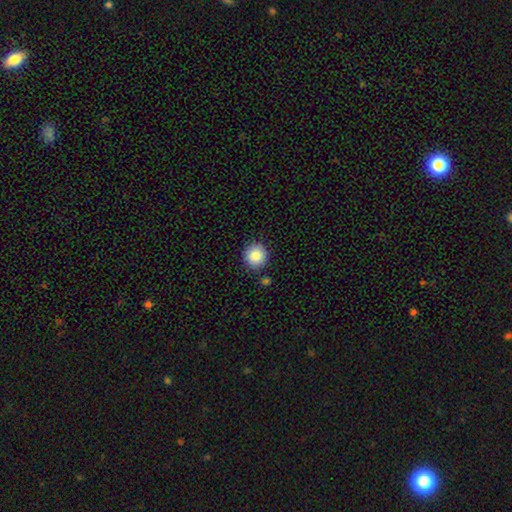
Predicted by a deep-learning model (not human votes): Q: Smooth or featured?
A: smooth (87%); runner-up: star or artifact (8%)
Q: How rounded?
A: round (92%); runner-up: in between (7%)
Q: Merging?
A: none (87%); runner-up: minor disturbance (8%)